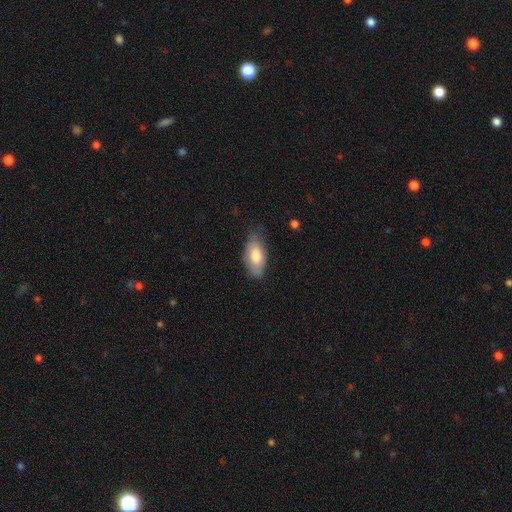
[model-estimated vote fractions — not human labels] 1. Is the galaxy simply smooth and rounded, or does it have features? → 76% smooth, 17% featured or disk, 6% star or artifact.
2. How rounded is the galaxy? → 90% in between, 7% cigar-shaped, 3% round.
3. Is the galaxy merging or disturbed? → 68% none, 26% minor disturbance, 5% major disturbance, 1% merger.